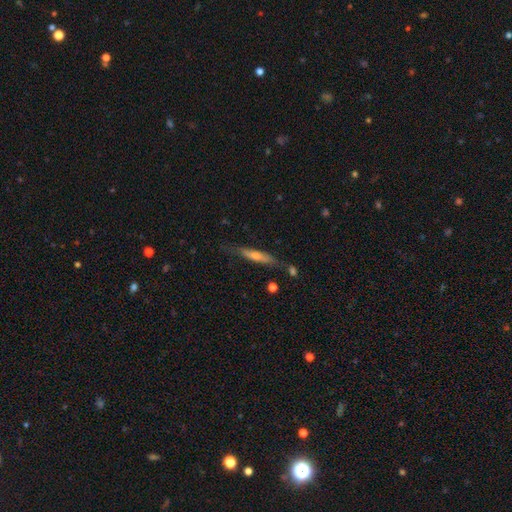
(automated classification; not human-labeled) smooth-or-featured: featured or disk: 58% | smooth: 33% | star or artifact: 9%
  disk-edge-on: yes: 89% | no: 11%
    edge-on-bulge: rounded: 73% | none: 20% | boxy: 7%
  merging: none: 75% | minor disturbance: 17% | major disturbance: 4% | merger: 4%